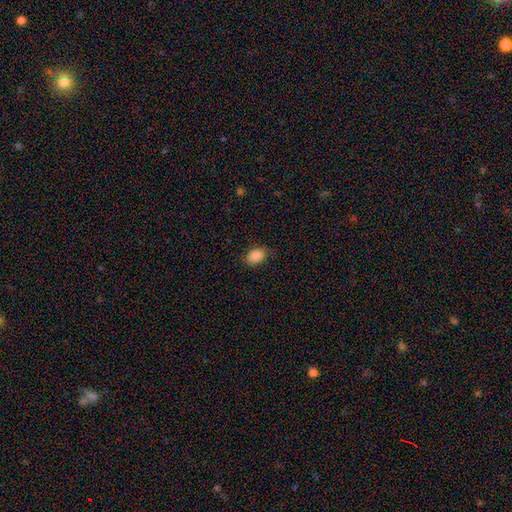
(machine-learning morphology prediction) Smooth or featured?
  - smooth: 88% *
  - star or artifact: 8%
  - featured or disk: 4%
How rounded?
  - in between: 81% *
  - round: 18%
  - cigar-shaped: 1%
Merging?
  - none: 76% *
  - minor disturbance: 19%
  - major disturbance: 4%
  - merger: 1%